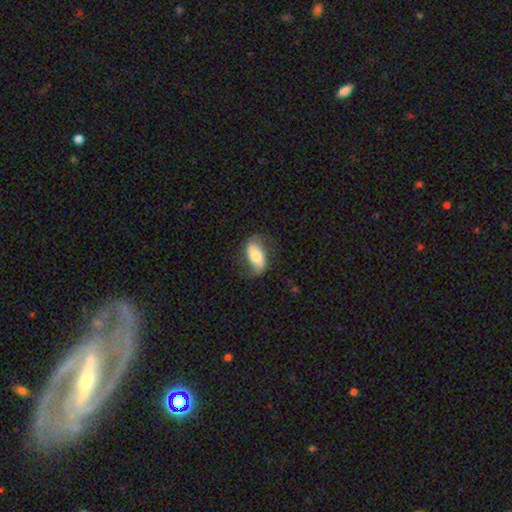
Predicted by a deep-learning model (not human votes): A smooth galaxy with no disk features (51%) that is in between round and cigar-shaped (86%).

Vote fractions:
- Smooth or featured? smooth: 51% / featured or disk: 43% / star or artifact: 6%
- How rounded? in between: 86% / cigar-shaped: 10% / round: 4%
- Merging? none: 69% / minor disturbance: 21% / major disturbance: 8% / merger: 1%